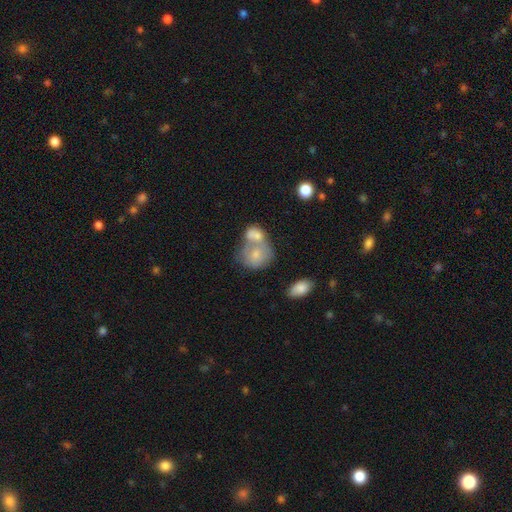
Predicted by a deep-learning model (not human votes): The model was most divided on "how rounded": round: 56%, in between: 43%, cigar-shaped: 1%. More confident: merging — merger (64%); smooth or featured — smooth (63%).